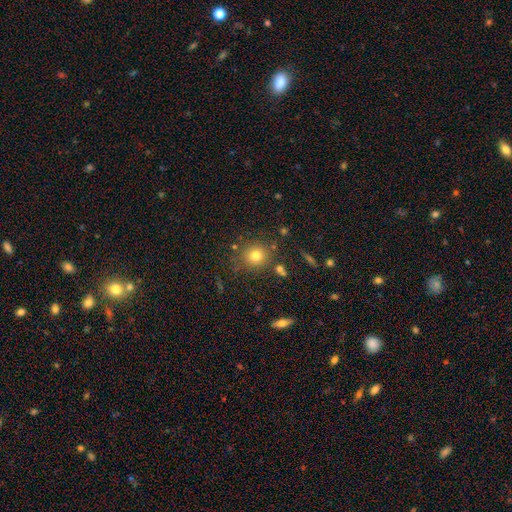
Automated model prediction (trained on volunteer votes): smooth-or-featured: smooth: 76% | star or artifact: 15% | featured or disk: 9%
  how-rounded: round: 90% | in between: 9% | cigar-shaped: 1%
  merging: none: 81% | minor disturbance: 10% | merger: 5% | major disturbance: 4%